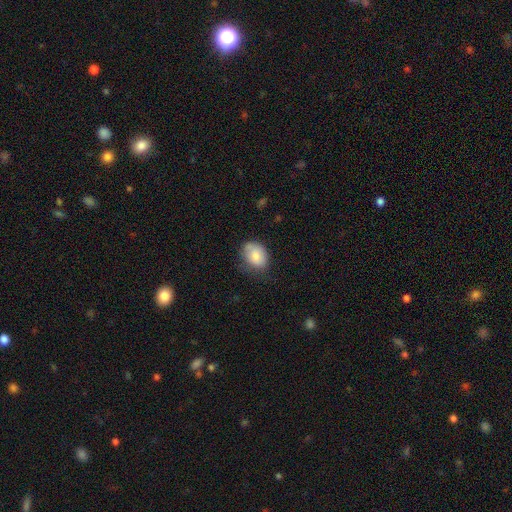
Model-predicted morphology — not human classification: smooth_or_featured: smooth (p=0.80) [alt: featured or disk p=0.12]
how_rounded: in between (p=0.69) [alt: round p=0.30]
merging: none (p=0.60) [alt: minor disturbance p=0.31]